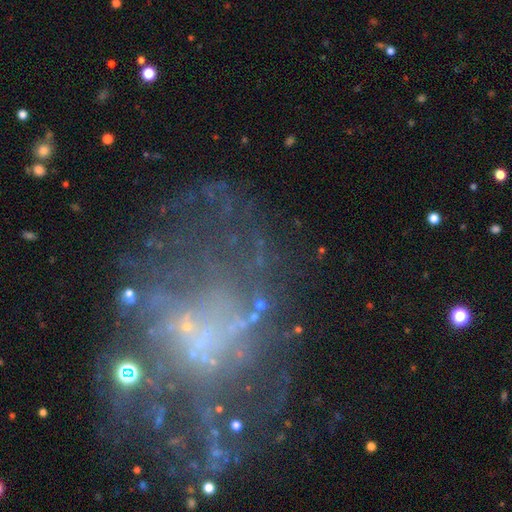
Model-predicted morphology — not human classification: A featured or disk galaxy (63%) with no bar (81%), no spiral arms (60%) and no central bulge (64%). Merging: none (45%).